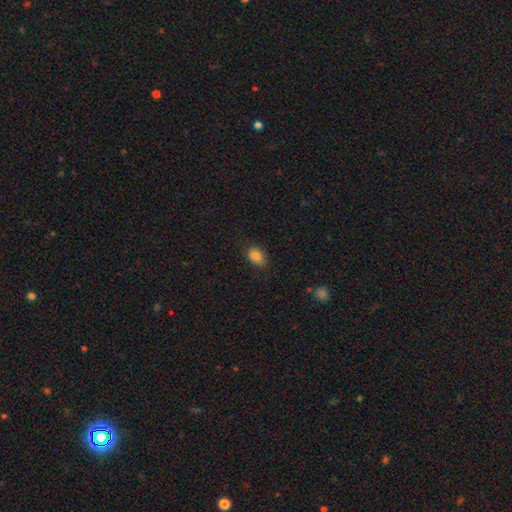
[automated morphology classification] The model was most divided on "merging": none: 78%, minor disturbance: 17%, major disturbance: 4%, merger: 1%. More confident: smooth or featured — smooth (83%); how rounded — in between (82%).